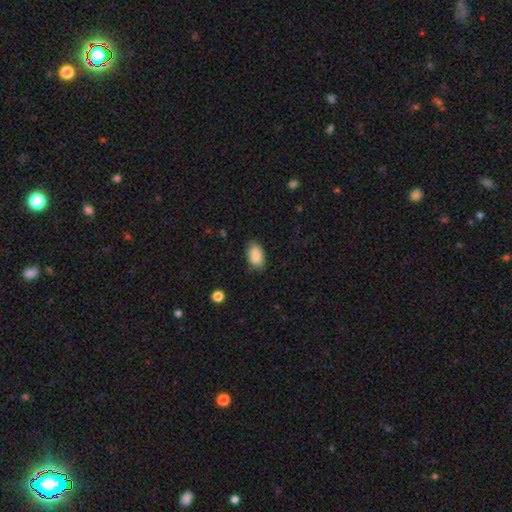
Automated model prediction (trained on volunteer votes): smooth-or-featured: smooth: 87% | star or artifact: 7% | featured or disk: 6%
  how-rounded: in between: 93% | round: 5% | cigar-shaped: 2%
  merging: none: 80% | minor disturbance: 16% | major disturbance: 3% | merger: 1%